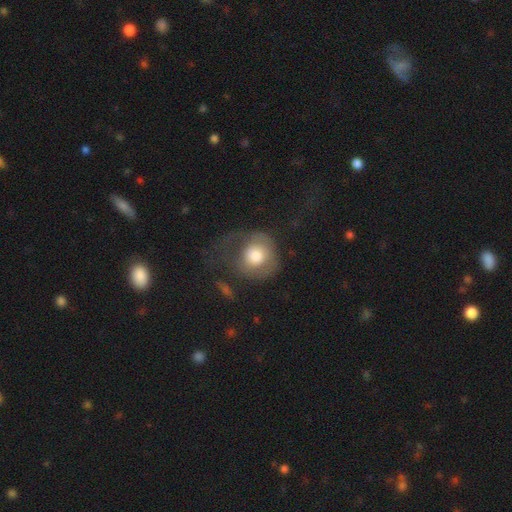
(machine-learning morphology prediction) A smooth galaxy with no disk features (65%) that is round (80%). Merging: major disturbance (46%).